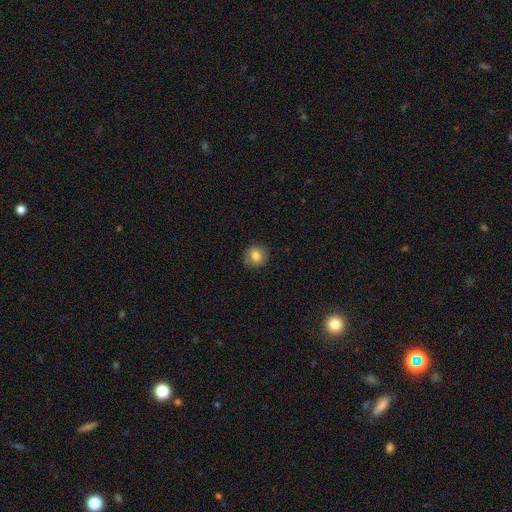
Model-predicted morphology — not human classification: Smooth or featured?
  - smooth: 80% *
  - featured or disk: 11%
  - star or artifact: 10%
How rounded?
  - round: 85% *
  - in between: 14%
  - cigar-shaped: 1%
Merging?
  - none: 85% *
  - minor disturbance: 11%
  - major disturbance: 3%
  - merger: 1%